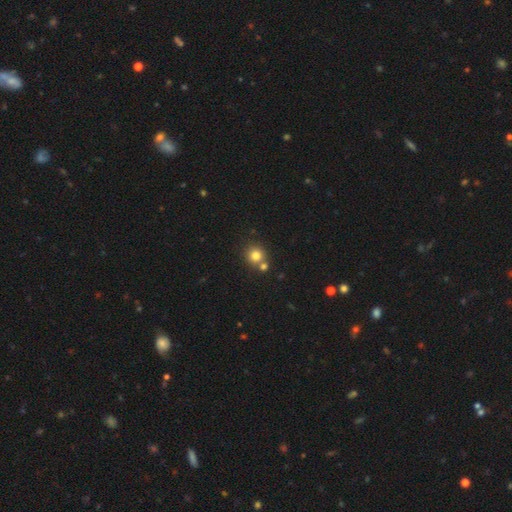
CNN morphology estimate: This is clearly a smooth galaxy (80%). How rounded: clearly round (90%). Merging: likely none (65%).